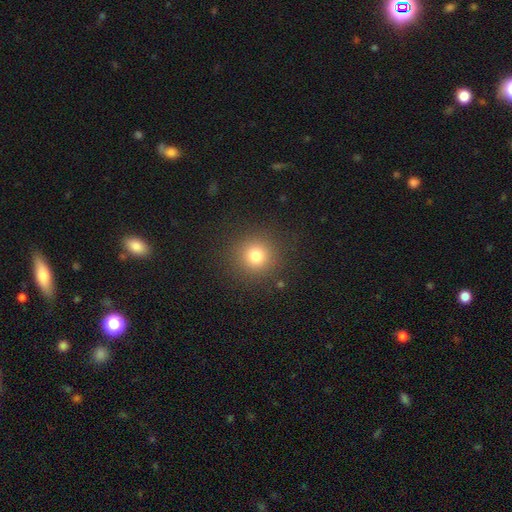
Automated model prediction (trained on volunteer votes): Overall: smooth (77%). How rounded: round (94%). Merging: none (89%).